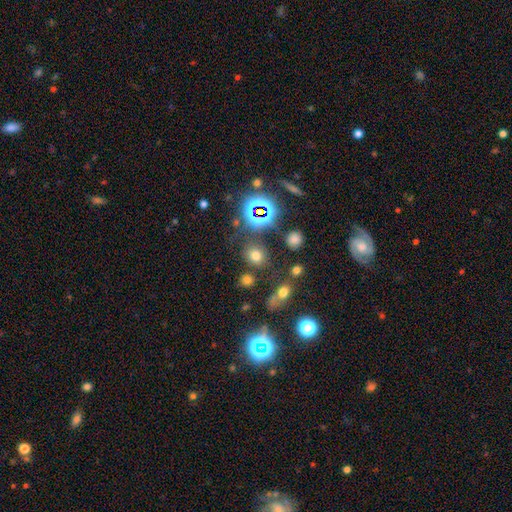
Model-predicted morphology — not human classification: The model was most divided on "how rounded": round: 67%, in between: 31%, cigar-shaped: 1%. More confident: merging — none (76%); smooth or featured — smooth (65%).